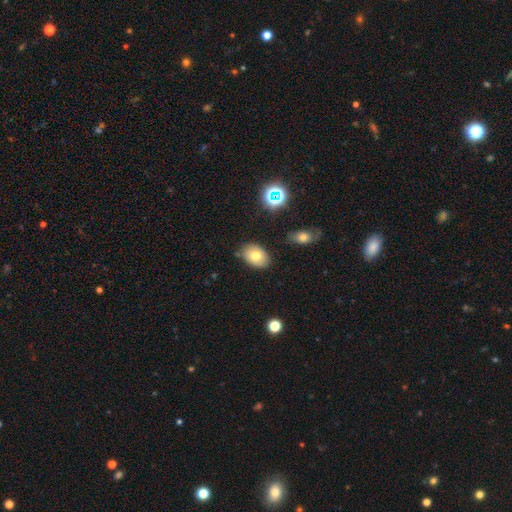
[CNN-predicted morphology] Smooth or featured? smooth (72%)
How rounded? in between (82%)
Merging? none (79%)